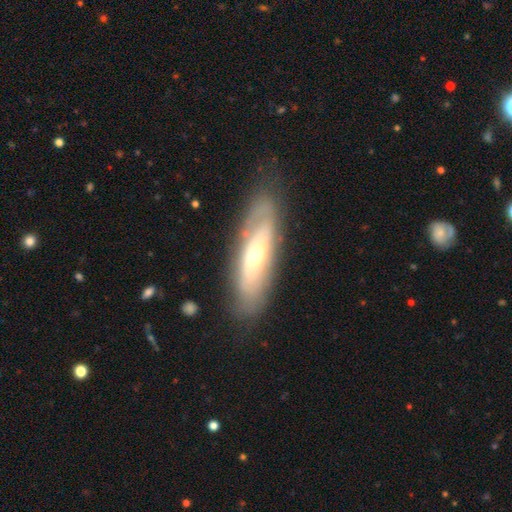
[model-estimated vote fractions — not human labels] Q: Smooth or featured?
A: featured or disk (58%); runner-up: smooth (36%)
Q: Edge-on disk?
A: no (68%); runner-up: yes (32%)
Q: Merging?
A: none (77%); runner-up: minor disturbance (16%)